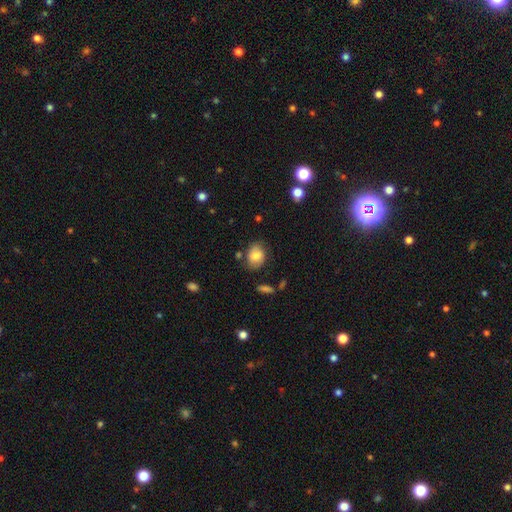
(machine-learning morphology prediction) Smooth or featured? smooth (74%)
How rounded? in between (63%)
Merging? none (68%)